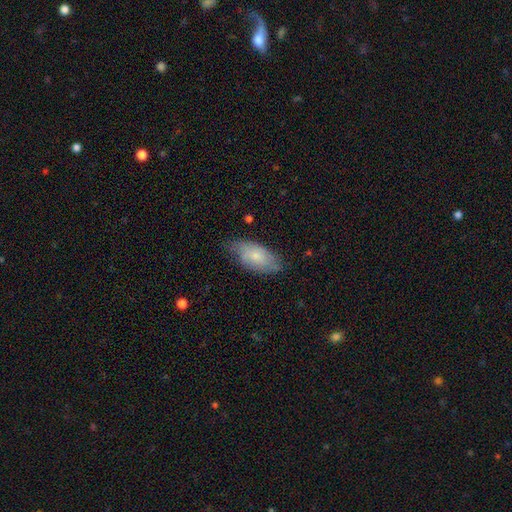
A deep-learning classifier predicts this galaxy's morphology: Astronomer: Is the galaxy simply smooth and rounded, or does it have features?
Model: smooth — 66%.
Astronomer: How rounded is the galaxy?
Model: in between — 91%.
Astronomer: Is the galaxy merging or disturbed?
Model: none — 65%.